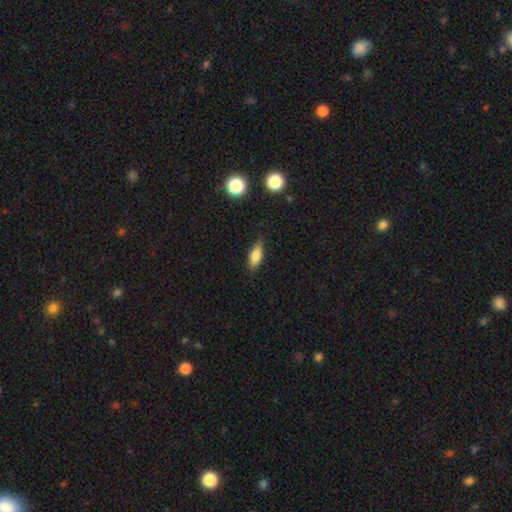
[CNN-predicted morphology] smooth-or-featured: smooth: 76% | featured or disk: 16% | star or artifact: 8%
  how-rounded: in between: 72% | cigar-shaped: 25% | round: 4%
  merging: none: 83% | minor disturbance: 13% | major disturbance: 3% | merger: 1%